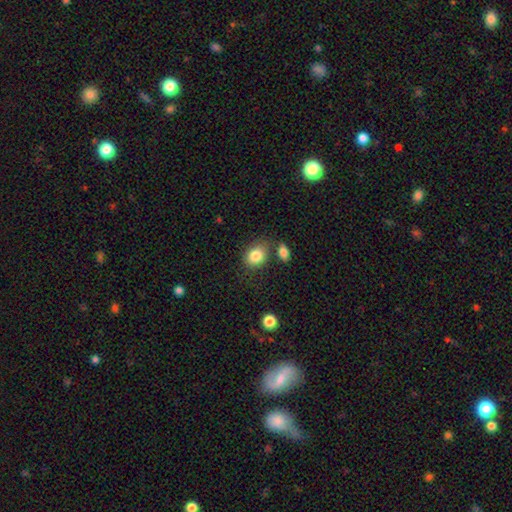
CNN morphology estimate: Smooth or featured: smooth — 84% (star or artifact — 9%)
How rounded: in between — 57% (round — 42%)
Merging: none — 67% (minor disturbance — 16%)